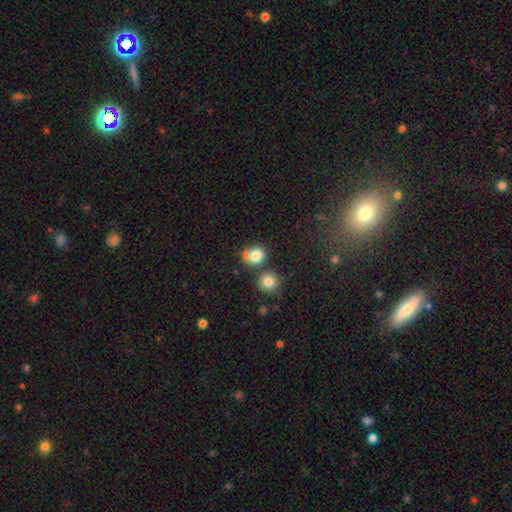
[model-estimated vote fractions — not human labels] Morphology: type=smooth (79%); roundness=round (75%); merging=none (52%).